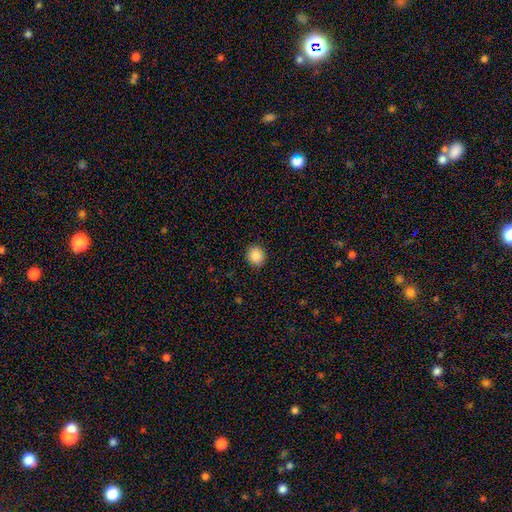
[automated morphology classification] Smooth or featured?
  - smooth: 88% *
  - star or artifact: 9%
  - featured or disk: 3%
How rounded?
  - round: 81% *
  - in between: 18%
  - cigar-shaped: 1%
Merging?
  - none: 91% *
  - minor disturbance: 6%
  - major disturbance: 2%
  - merger: 1%